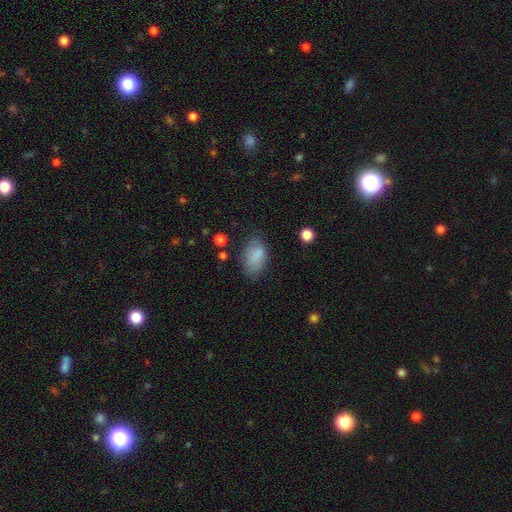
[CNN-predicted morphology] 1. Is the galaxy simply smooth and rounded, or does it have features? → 80% smooth, 11% featured or disk, 9% star or artifact.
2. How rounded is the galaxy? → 90% in between, 8% round, 2% cigar-shaped.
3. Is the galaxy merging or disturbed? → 62% none, 26% minor disturbance, 10% major disturbance, 3% merger.